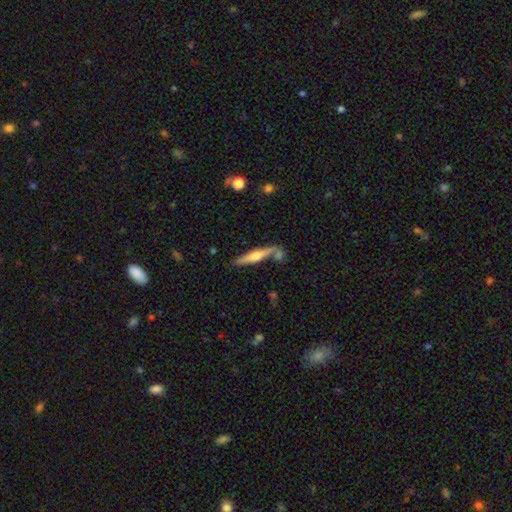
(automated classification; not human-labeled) The model was most divided on "smooth or featured": featured or disk: 57%, smooth: 37%, star or artifact: 6%. More confident: edge-on disk — yes (95%); edge-on bulge — rounded (85%); merging — none (70%).